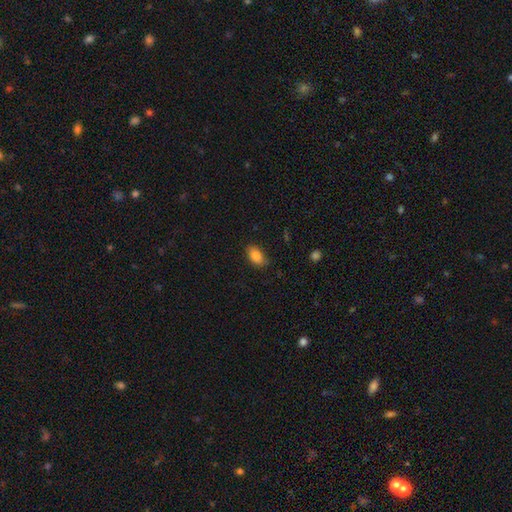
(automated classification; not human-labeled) smooth-or-featured: smooth: 85% | star or artifact: 8% | featured or disk: 7%
  how-rounded: in between: 91% | round: 7% | cigar-shaped: 2%
  merging: none: 81% | minor disturbance: 15% | major disturbance: 3% | merger: 1%